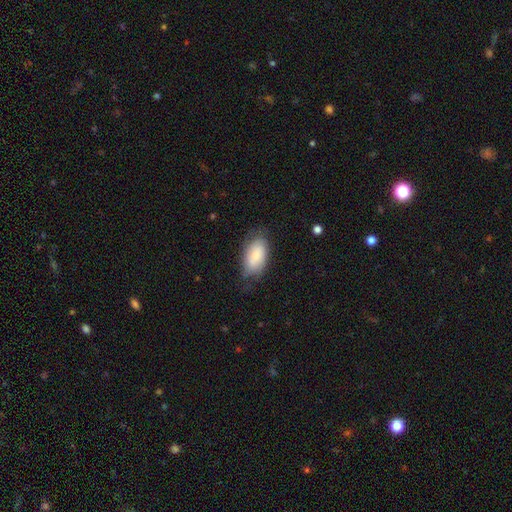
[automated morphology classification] Smooth or featured? smooth (79%)
How rounded? in between (94%)
Merging? none (62%)